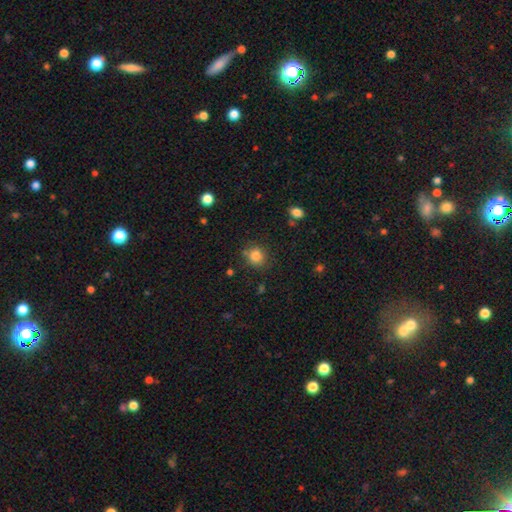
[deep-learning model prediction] Smooth or featured? smooth (82%)
How rounded? round (82%)
Merging? none (76%)